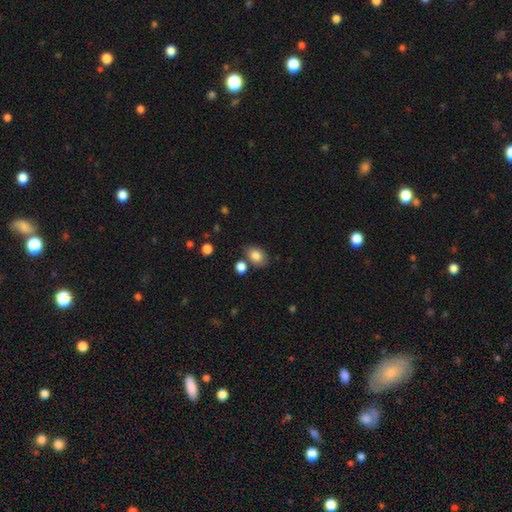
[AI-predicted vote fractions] Smooth or featured: smooth — 83% (star or artifact — 9%)
How rounded: in between — 72% (round — 27%)
Merging: none — 72% (minor disturbance — 14%)